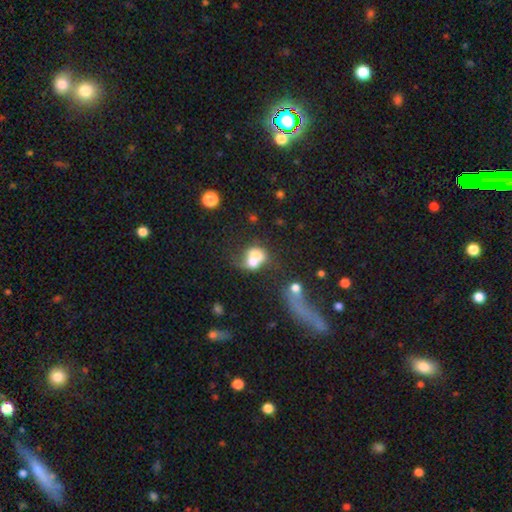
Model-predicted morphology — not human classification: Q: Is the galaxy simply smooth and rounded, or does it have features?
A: smooth — 62%.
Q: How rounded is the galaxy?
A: round — 51%.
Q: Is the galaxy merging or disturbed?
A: merger — 67%.